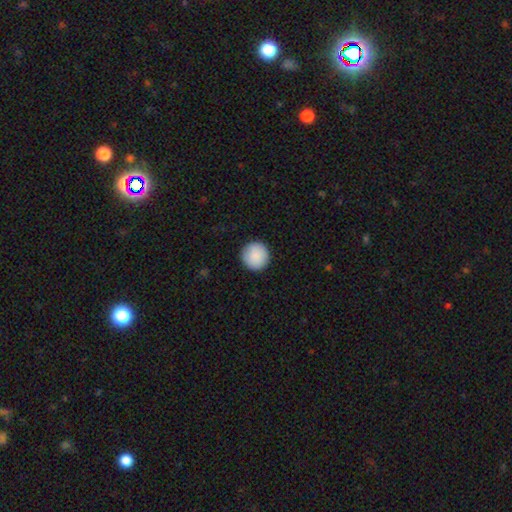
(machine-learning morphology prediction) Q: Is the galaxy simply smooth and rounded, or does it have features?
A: smooth — 90%.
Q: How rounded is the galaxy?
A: round — 96%.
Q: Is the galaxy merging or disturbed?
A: none — 92%.